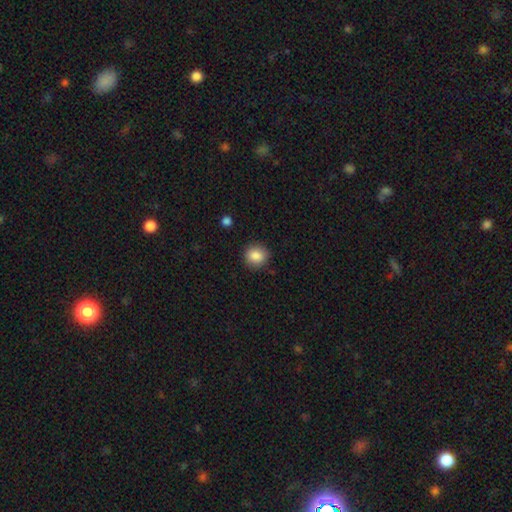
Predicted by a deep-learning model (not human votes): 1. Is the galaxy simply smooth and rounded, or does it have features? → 86% smooth, 9% star or artifact, 5% featured or disk.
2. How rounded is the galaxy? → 87% round, 12% in between, 1% cigar-shaped.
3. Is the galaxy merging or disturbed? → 88% none, 8% minor disturbance, 2% major disturbance, 1% merger.